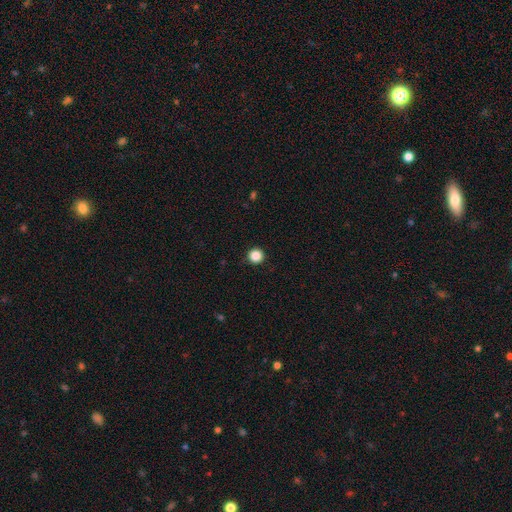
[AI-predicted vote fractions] Morphology: type=smooth (86%); roundness=round (96%); merging=none (93%).